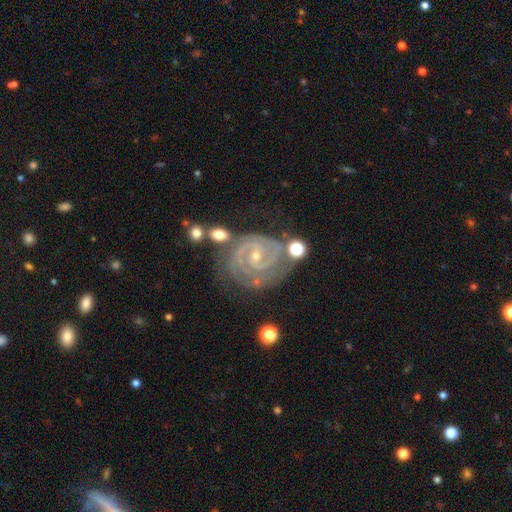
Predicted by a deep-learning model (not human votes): smooth_or_featured: featured or disk (p=0.91) [alt: star or artifact p=0.06]
disk_edge_on: no (p=0.98) [alt: yes p=0.02]
bar: no (p=0.45) [alt: weak p=0.37]
has_spiral_arms: yes (p=0.98) [alt: no p=0.02]
spiral_winding: tight (p=0.75) [alt: medium p=0.22]
spiral_arm_count: 2 (p=0.62) [alt: 3 p=0.20]
bulge_size: small (p=0.74) [alt: moderate p=0.22]
merging: none (p=0.65) [alt: minor disturbance p=0.20]